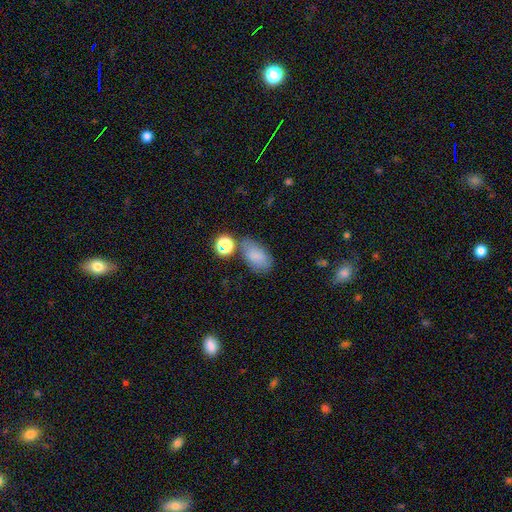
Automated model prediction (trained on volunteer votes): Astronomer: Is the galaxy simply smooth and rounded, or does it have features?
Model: smooth — 79%.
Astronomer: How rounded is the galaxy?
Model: in between — 89%.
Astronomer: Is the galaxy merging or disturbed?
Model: none — 58%.